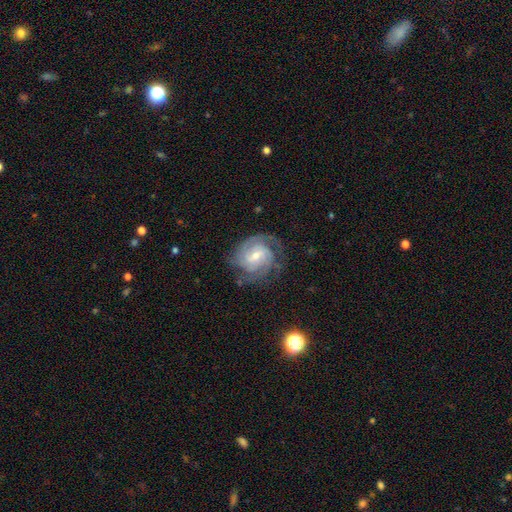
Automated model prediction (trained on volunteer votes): The model was most divided on "spiral arm count": 2: 30%, 3: 29%, can't tell: 22%, 4: 10%, 1: 5%, more than 4: 5%. More confident: edge-on disk — no (98%); spiral arms — yes (97%); smooth or featured — featured or disk (87%); merging — none (71%); spiral winding — tight (62%); bulge size — small (57%); bar — weak (56%).